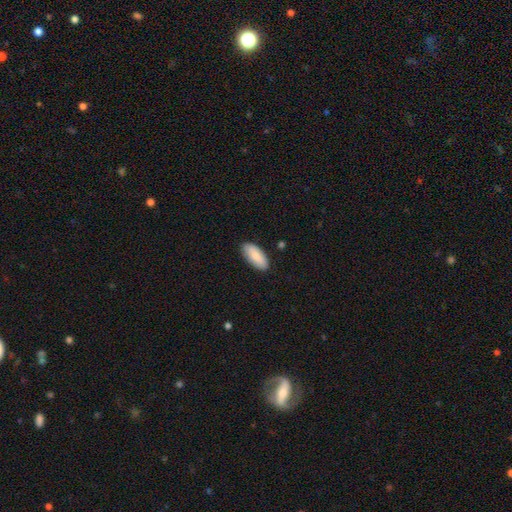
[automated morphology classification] Smooth or featured?
  - smooth: 85% *
  - featured or disk: 10%
  - star or artifact: 6%
How rounded?
  - in between: 90% *
  - cigar-shaped: 8%
  - round: 2%
Merging?
  - none: 86% *
  - minor disturbance: 11%
  - major disturbance: 2%
  - merger: 1%